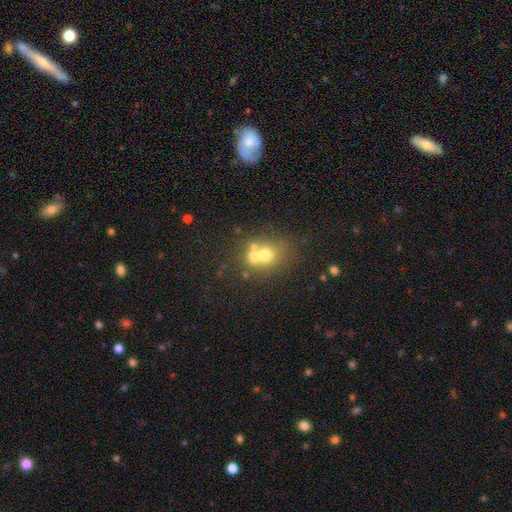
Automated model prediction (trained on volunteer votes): smooth-or-featured: smooth: 59% | featured or disk: 24% | star or artifact: 17%
  how-rounded: round: 70% | in between: 29% | cigar-shaped: 1%
  merging: merger: 50% | none: 36% | minor disturbance: 8% | major disturbance: 5%